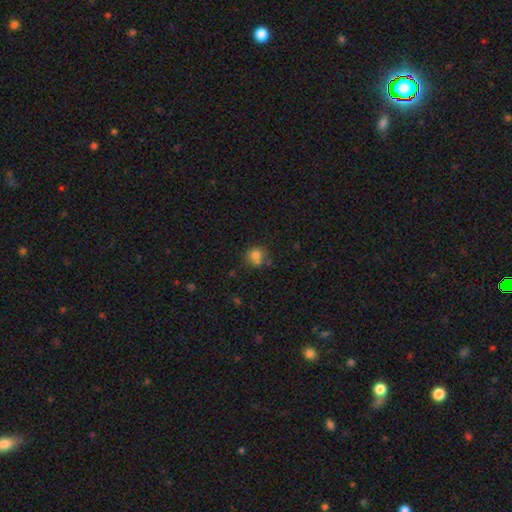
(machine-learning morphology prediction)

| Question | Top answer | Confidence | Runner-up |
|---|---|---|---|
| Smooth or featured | smooth | 77% | star or artifact (13%) |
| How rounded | round | 78% | in between (21%) |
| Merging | none | 56% | merger (19%) |